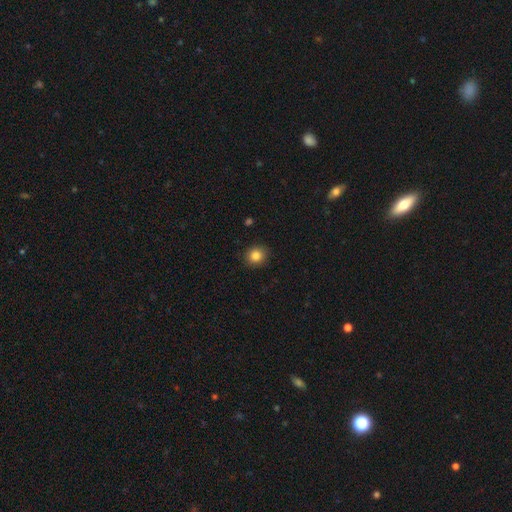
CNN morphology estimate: The model was most divided on "how rounded": round: 86%, in between: 13%, cigar-shaped: 1%. More confident: merging — none (91%); smooth or featured — smooth (85%).